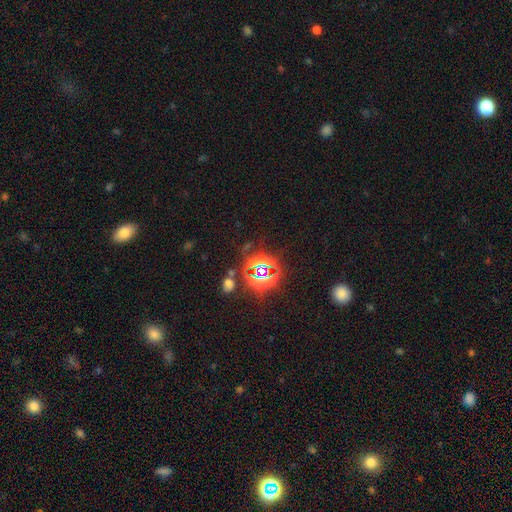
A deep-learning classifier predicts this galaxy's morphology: smooth_or_featured: star or artifact (p=0.78) [alt: smooth p=0.15]